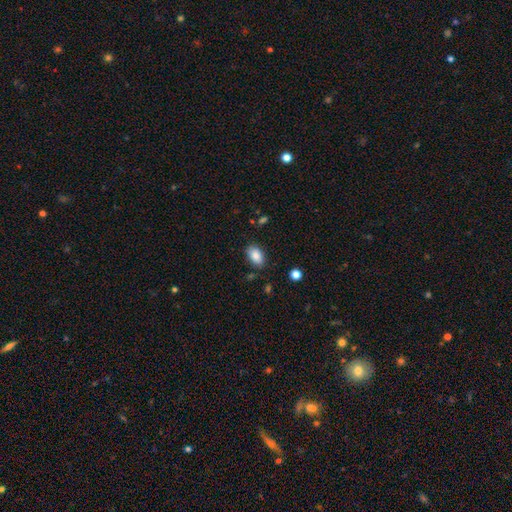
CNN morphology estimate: Smooth or featured? smooth (86%)
How rounded? in between (91%)
Merging? none (81%)